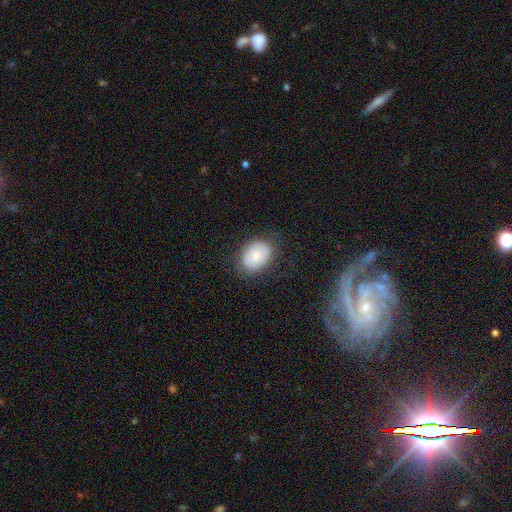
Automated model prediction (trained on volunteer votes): Q: Smooth or featured?
A: smooth (70%); runner-up: featured or disk (22%)
Q: How rounded?
A: in between (74%); runner-up: round (25%)
Q: Merging?
A: none (78%); runner-up: minor disturbance (16%)